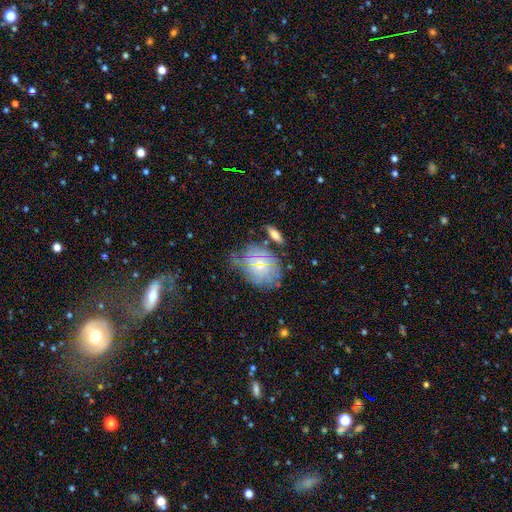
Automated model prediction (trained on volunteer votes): Smooth or featured?
  - featured or disk: 64% *
  - smooth: 21%
  - star or artifact: 16%
Edge-on disk?
  - no: 93% *
  - yes: 7%
Bar?
  - no: 76% *
  - weak: 19%
  - strong: 5%
Spiral arms?
  - yes: 82% *
  - no: 18%
Bulge size?
  - small: 61% *
  - moderate: 34%
  - large: 2%
  - none: 2%
  - dominant: 1%
Merging?
  - none: 62% *
  - minor disturbance: 20%
  - major disturbance: 10%
  - merger: 8%